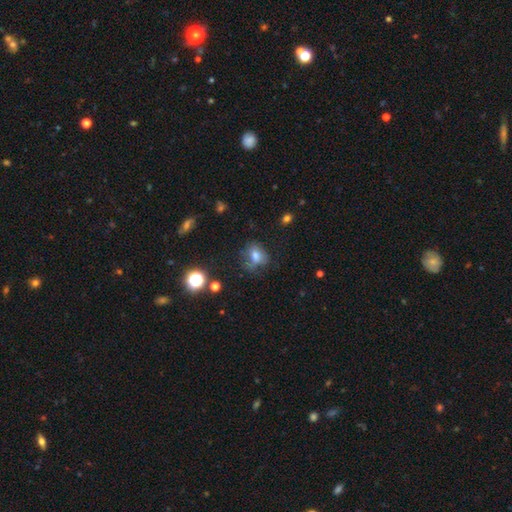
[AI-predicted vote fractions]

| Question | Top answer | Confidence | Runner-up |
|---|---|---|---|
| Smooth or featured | smooth | 64% | featured or disk (19%) |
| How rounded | in between | 59% | round (40%) |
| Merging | none | 45% | minor disturbance (28%) |